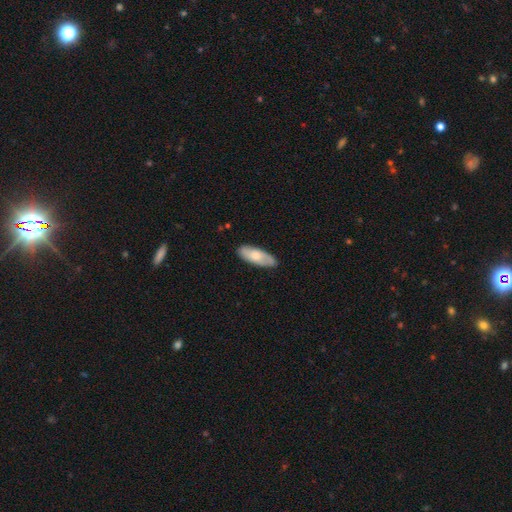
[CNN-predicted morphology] Smooth or featured: smooth — 66% (featured or disk — 28%)
How rounded: in between — 73% (cigar-shaped — 25%)
Merging: none — 83% (minor disturbance — 13%)